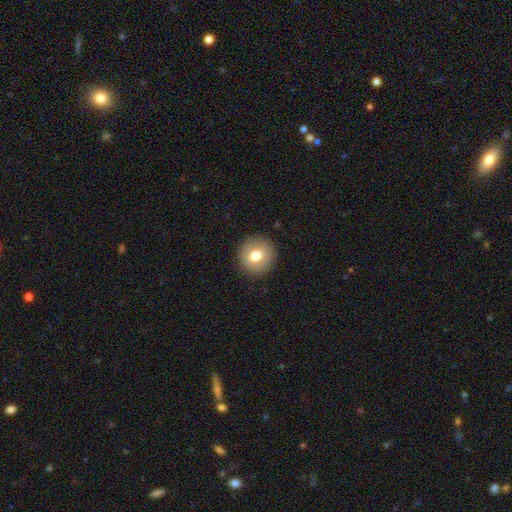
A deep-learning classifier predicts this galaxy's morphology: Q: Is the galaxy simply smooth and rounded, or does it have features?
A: smooth — 73%.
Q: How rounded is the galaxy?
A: round — 88%.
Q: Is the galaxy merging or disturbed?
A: none — 90%.